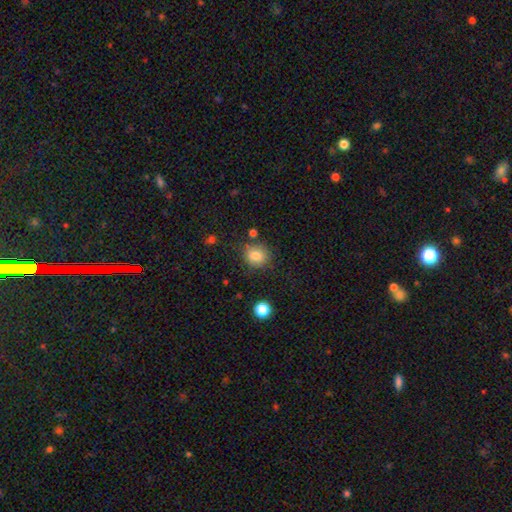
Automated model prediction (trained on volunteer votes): A smooth galaxy with no disk features (82%) that is round (82%).

Vote fractions:
- Smooth or featured? smooth: 82% / star or artifact: 11% / featured or disk: 8%
- How rounded? round: 82% / in between: 18% / cigar-shaped: 1%
- Merging? none: 78% / minor disturbance: 14% / merger: 5% / major disturbance: 4%